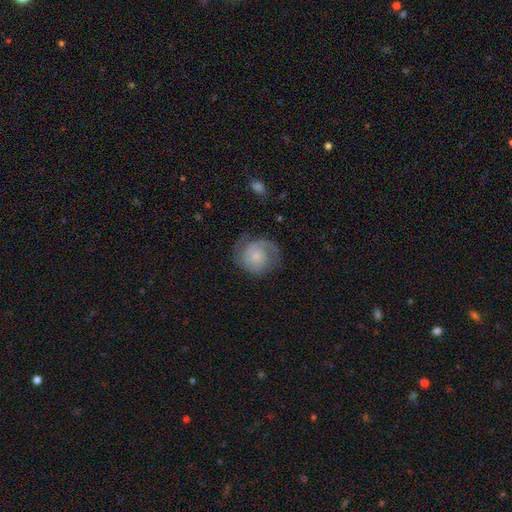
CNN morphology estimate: featured or disk 50%, smooth 42%, star or artifact 7%. Down the decision tree: edge-on disk — no (97%); merging — none (59%).